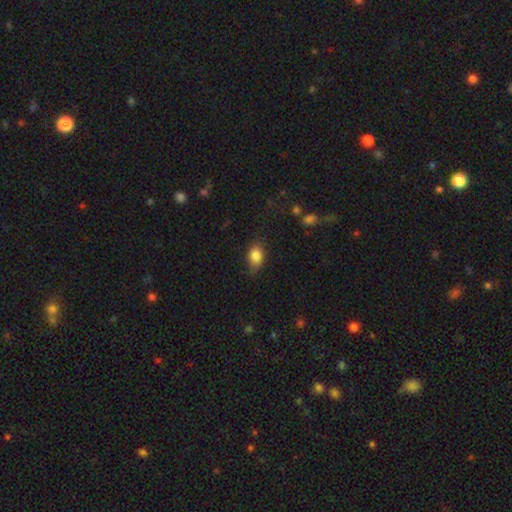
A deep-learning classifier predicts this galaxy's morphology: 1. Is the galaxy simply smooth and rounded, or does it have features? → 84% smooth, 9% star or artifact, 7% featured or disk.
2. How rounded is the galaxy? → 78% in between, 20% round, 2% cigar-shaped.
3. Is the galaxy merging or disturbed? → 74% none, 20% minor disturbance, 4% major disturbance, 1% merger.